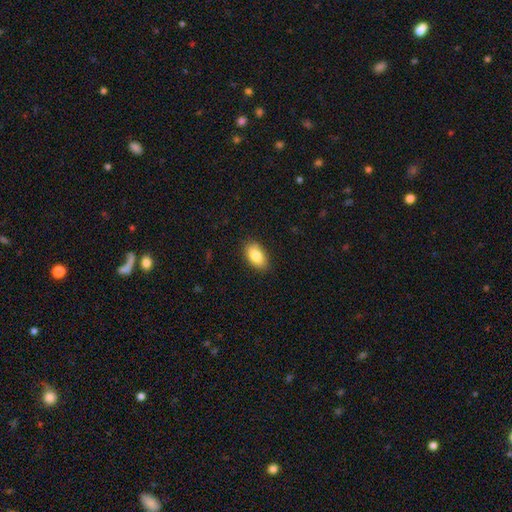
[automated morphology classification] Smooth or featured? Predicted: smooth (p=0.84). How rounded? Predicted: in between (p=0.91). Merging? Predicted: none (p=0.85).